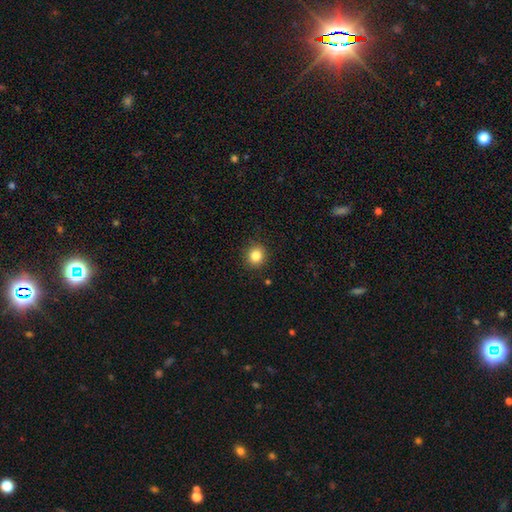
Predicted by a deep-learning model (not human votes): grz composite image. It shows a smooth galaxy with no disk features (83%) that is round (87%). Merging: none (90%).